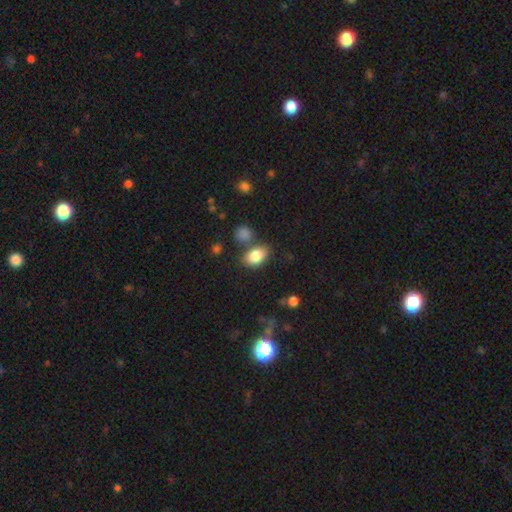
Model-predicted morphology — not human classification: Smooth or featured? smooth (84%)
How rounded? in between (84%)
Merging? none (68%)